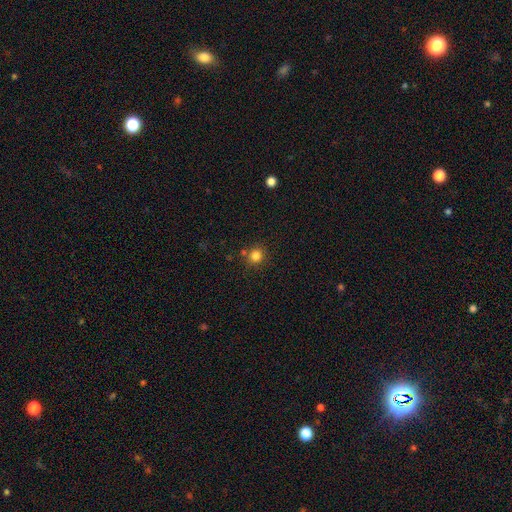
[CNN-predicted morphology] Smooth or featured? smooth (81%)
How rounded? round (90%)
Merging? none (80%)